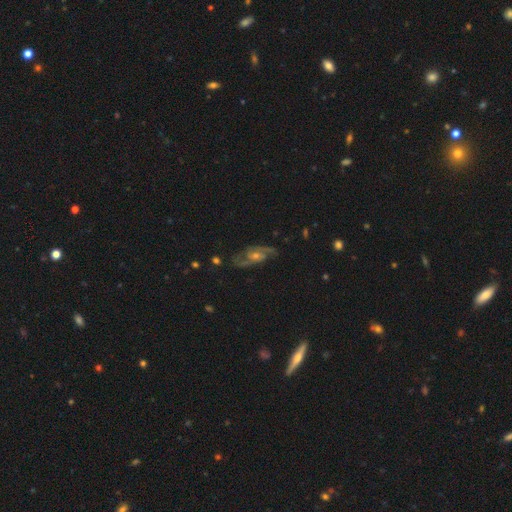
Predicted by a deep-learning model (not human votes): Smooth or featured? featured or disk (84%)
Edge-on disk? no (92%)
Bar? no (55%)
Spiral arms? yes (95%)
Spiral winding? medium (53%)
Spiral arm count? 2 (83%)
Bulge size? moderate (48%)
Merging? none (78%)